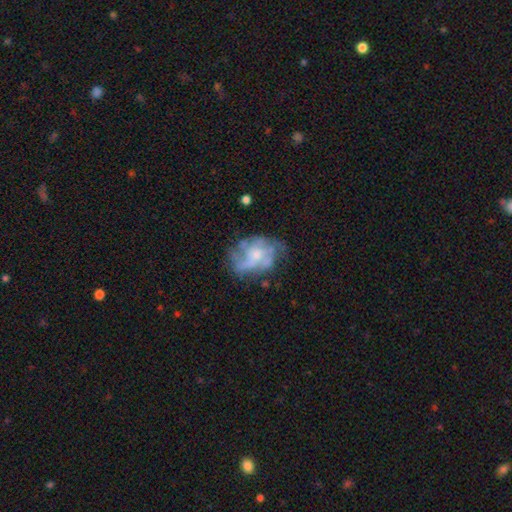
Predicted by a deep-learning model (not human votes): The model was most divided on "bulge size": moderate: 42%, small: 37%, none: 14%, large: 6%, dominant: 1%. Remaining: edge-on disk — no (98%); bar — no (75%); spiral arms — yes (73%); smooth or featured — featured or disk (72%); merging — none (55%); spiral winding — medium (43%); spiral arm count — can't tell (35%).